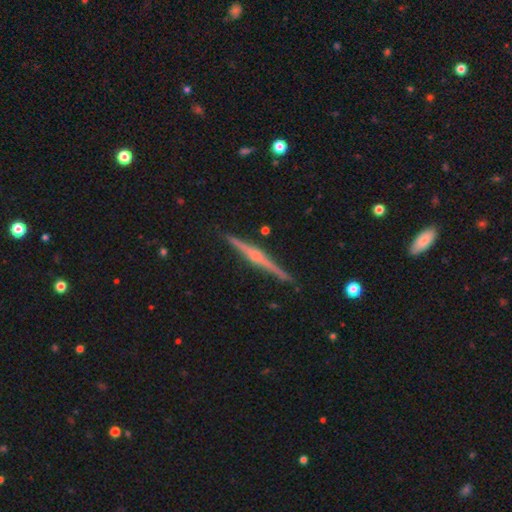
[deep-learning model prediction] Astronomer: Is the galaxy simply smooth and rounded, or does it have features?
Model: featured or disk — 83%.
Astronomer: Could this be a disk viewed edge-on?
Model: yes — 98%.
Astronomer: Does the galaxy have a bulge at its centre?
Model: rounded — 77%.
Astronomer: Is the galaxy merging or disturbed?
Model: none — 90%.